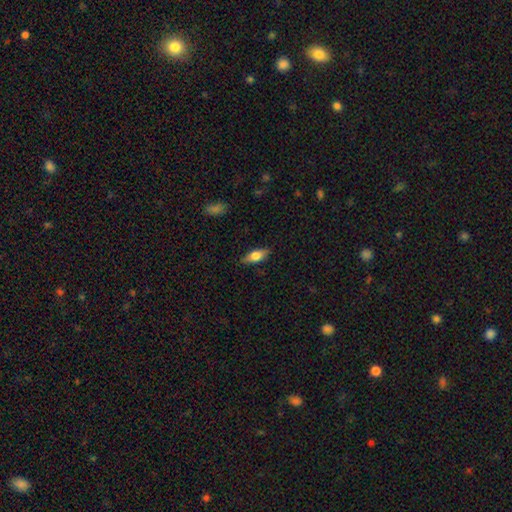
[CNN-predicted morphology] This appears to be a smooth galaxy with no disk features (64%) that is in between round and cigar-shaped (72%). Merging: none (85%).